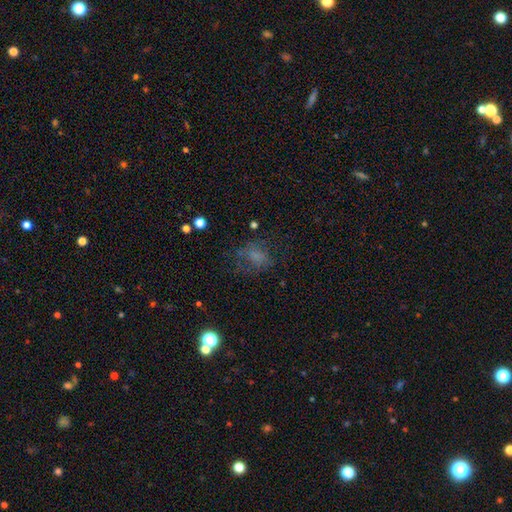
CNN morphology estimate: Overall: smooth (56%; featured or disk 24%). How rounded: in between (55%; round 43%). Merging: none (52%; major disturbance 24%).